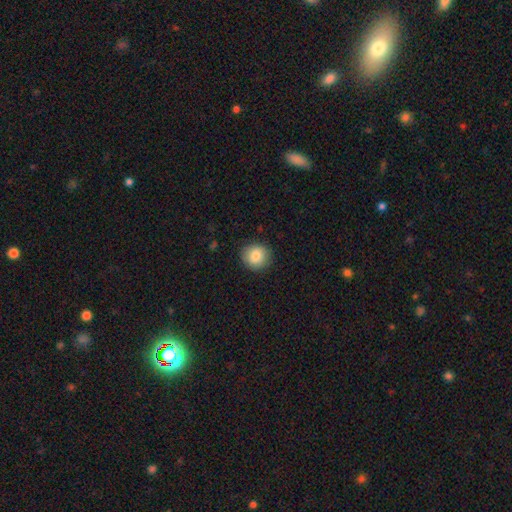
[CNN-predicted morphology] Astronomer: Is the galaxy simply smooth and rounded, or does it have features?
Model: smooth — 84%.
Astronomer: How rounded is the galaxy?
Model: round — 88%.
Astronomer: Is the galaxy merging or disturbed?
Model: none — 89%.